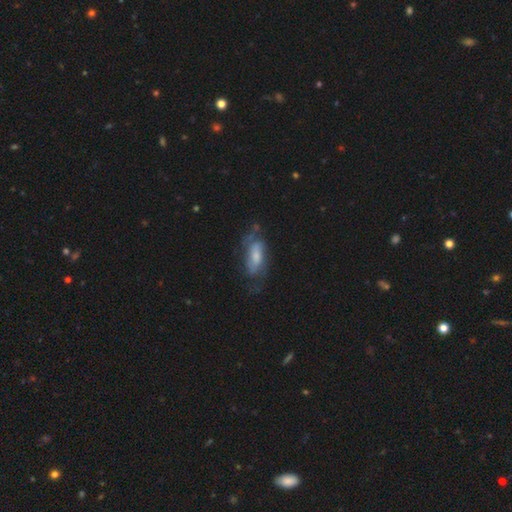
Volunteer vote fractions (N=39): Volunteers were most divided on "merging": none: 38%, minor disturbance: 32%, major disturbance: 27%, merger: 3%. More confident: smooth or featured — smooth (59%); how rounded — in between (57%).